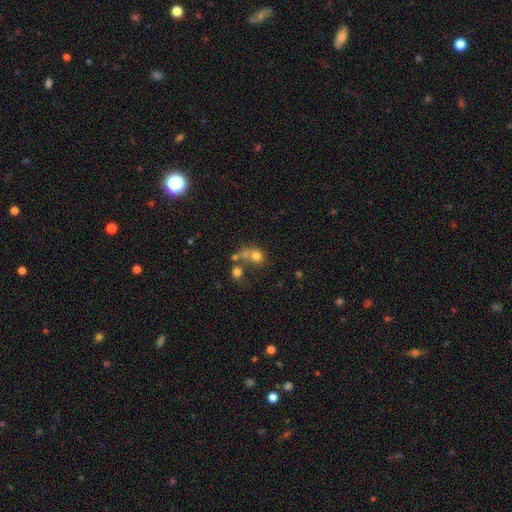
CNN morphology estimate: smooth_or_featured: smooth (p=0.68) [alt: featured or disk p=0.16]
how_rounded: round (p=0.73) [alt: in between p=0.26]
merging: merger (p=0.47) [alt: none p=0.35]